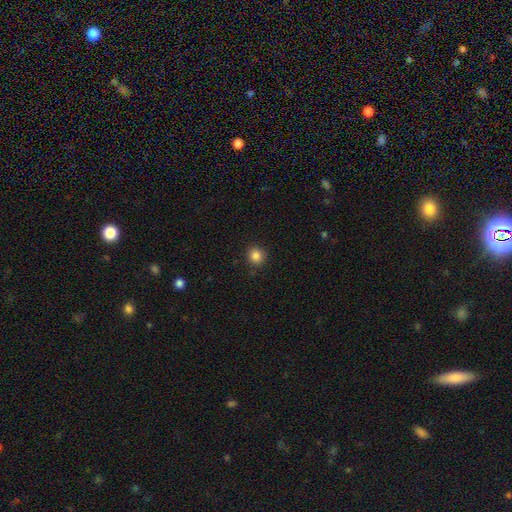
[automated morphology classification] A smooth galaxy with no disk features (85%) that is round (90%). Merging: none (89%).